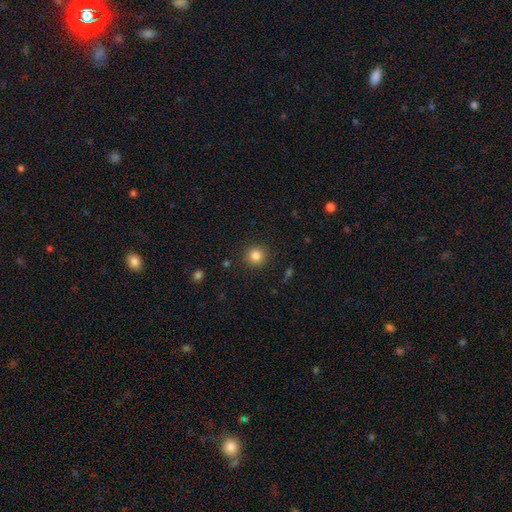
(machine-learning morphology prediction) smooth_or_featured: smooth (p=0.83) [alt: star or artifact p=0.11]
how_rounded: round (p=0.93) [alt: in between p=0.06]
merging: none (p=0.90) [alt: minor disturbance p=0.07]